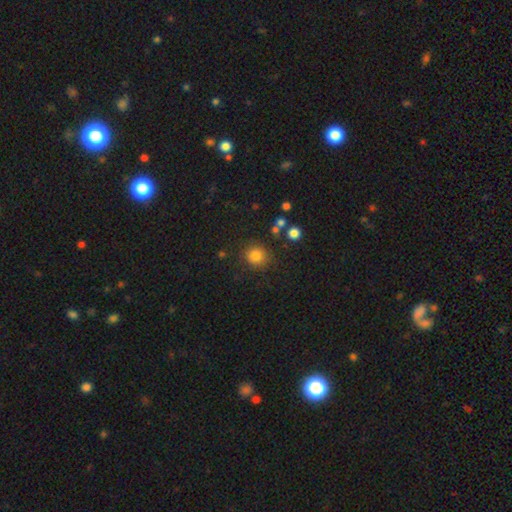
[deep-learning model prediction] Smooth or featured? smooth (82%)
How rounded? round (88%)
Merging? none (83%)